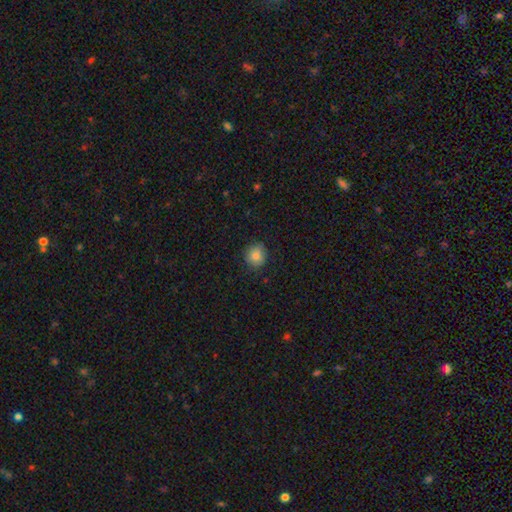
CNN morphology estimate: Overall: smooth (83%). How rounded: round (84%). Merging: none (83%).